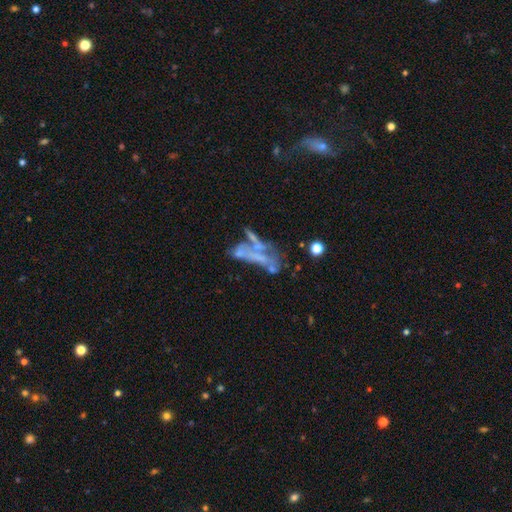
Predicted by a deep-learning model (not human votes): Q: Smooth or featured?
A: featured or disk (55%); runner-up: smooth (26%)
Q: Edge-on disk?
A: no (85%); runner-up: yes (15%)
Q: Merging?
A: merger (37%); runner-up: major disturbance (28%)